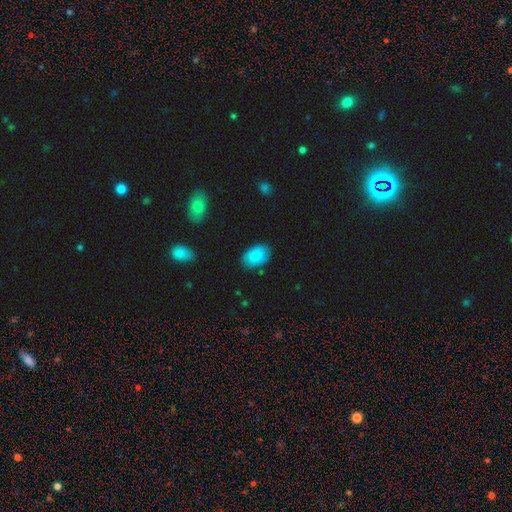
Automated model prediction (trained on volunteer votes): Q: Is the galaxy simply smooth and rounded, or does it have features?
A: smooth — 86%.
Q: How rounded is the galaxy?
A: in between — 91%.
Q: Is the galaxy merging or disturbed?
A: none — 84%.